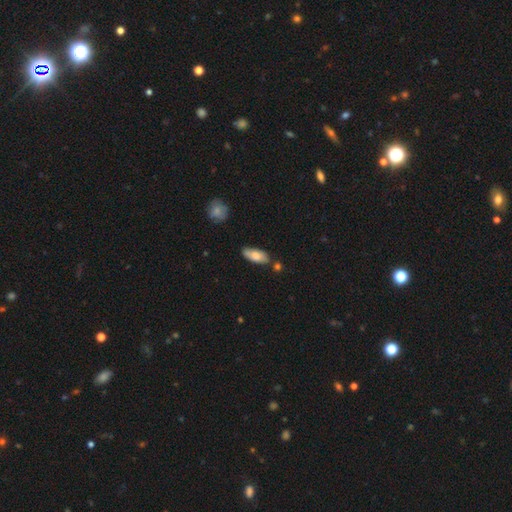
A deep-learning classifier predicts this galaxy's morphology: smooth 73%, featured or disk 21%, star or artifact 6%. Down the decision tree: how rounded — in between (82%); merging — none (70%).